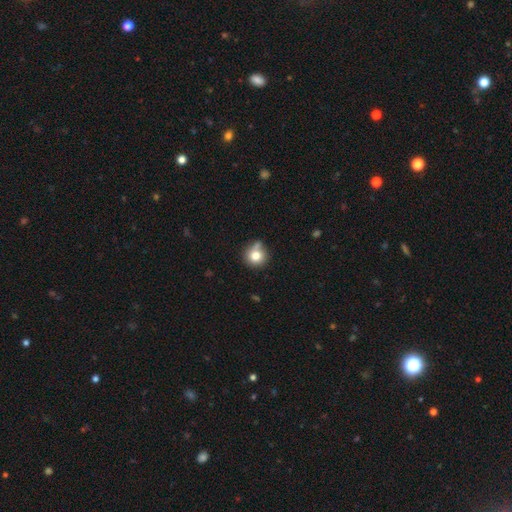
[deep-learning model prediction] This appears to be a smooth galaxy with no disk features (79%) that is round (91%). Merging: none (64%).